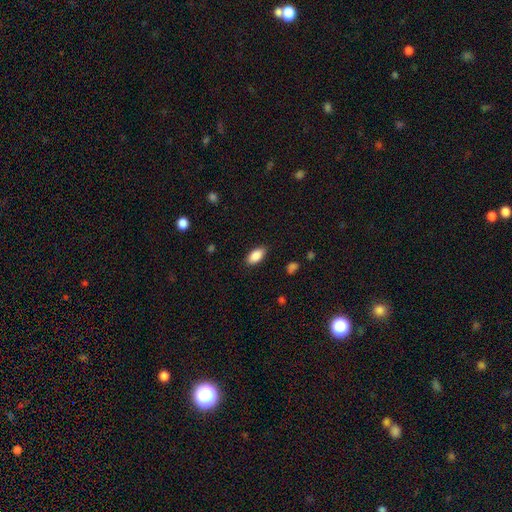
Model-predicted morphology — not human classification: type=smooth (89%); roundness=in between (92%); merging=none (86%).